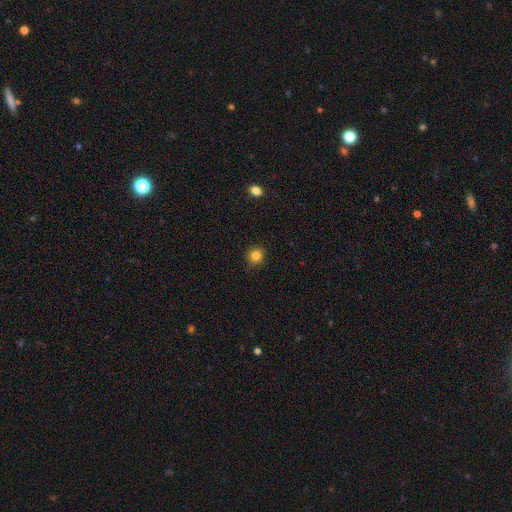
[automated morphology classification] Smooth or featured? Predicted: smooth (p=0.84). How rounded? Predicted: round (p=0.90). Merging? Predicted: none (p=0.87).